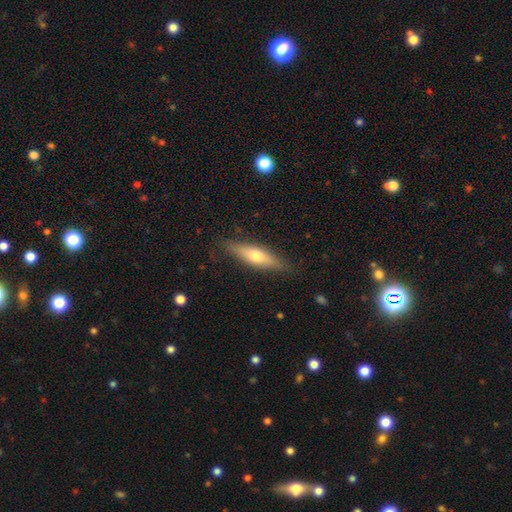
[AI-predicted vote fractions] Smooth or featured?
  - smooth: 54% *
  - featured or disk: 40%
  - star or artifact: 6%
How rounded?
  - cigar-shaped: 66% *
  - in between: 31%
  - round: 2%
Merging?
  - none: 84% *
  - minor disturbance: 12%
  - major disturbance: 3%
  - merger: 1%